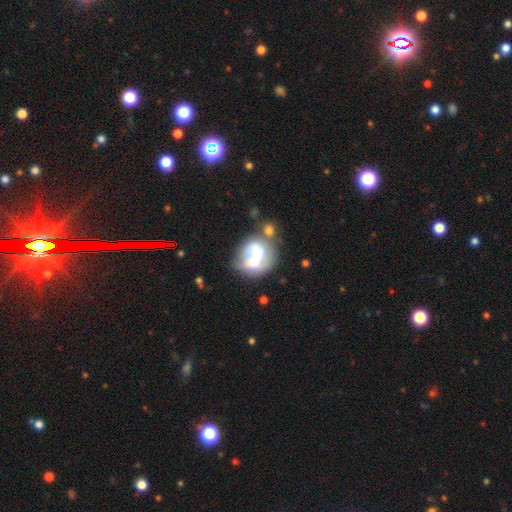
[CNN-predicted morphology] smooth 46% (tied), featured or disk 46% (tied), star or artifact 9%. Down the decision tree: merging — merger (35%).